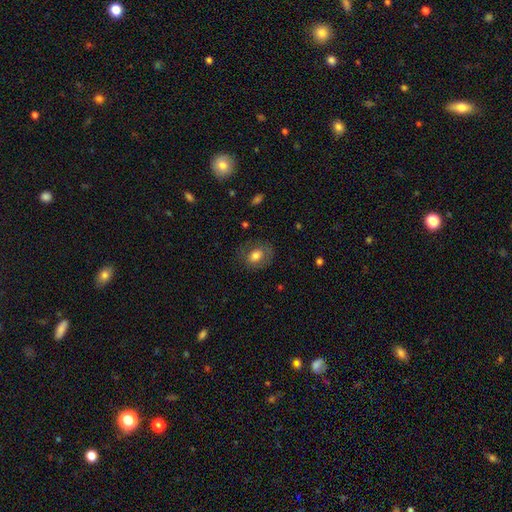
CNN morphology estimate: This is likely a smooth galaxy (66%). How rounded: likely in between (61%). Merging: likely none (73%).